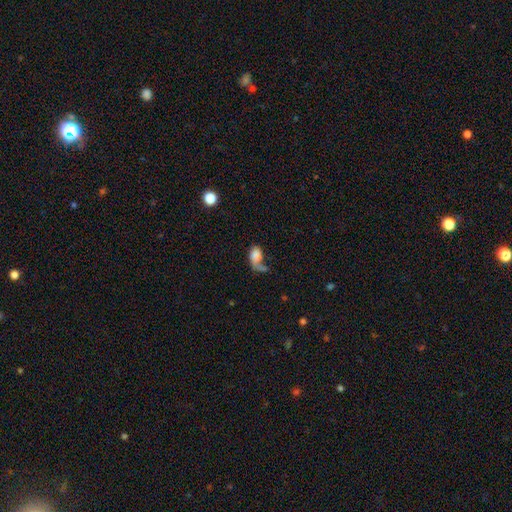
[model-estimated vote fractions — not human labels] Q: Smooth or featured?
A: smooth (65%); runner-up: featured or disk (24%)
Q: How rounded?
A: in between (80%); runner-up: round (17%)
Q: Merging?
A: major disturbance (40%); runner-up: none (24%)